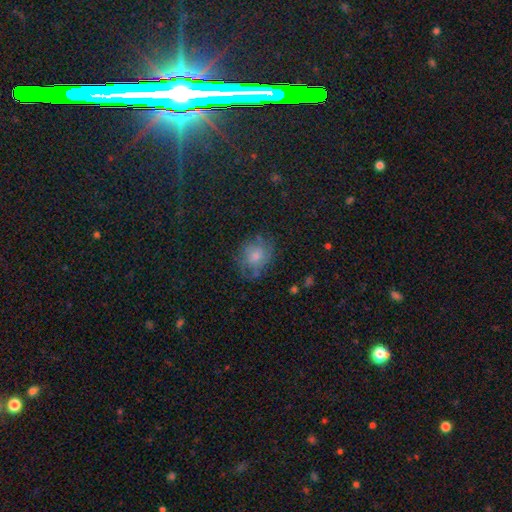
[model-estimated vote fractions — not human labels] smooth_or_featured: smooth (p=0.52) [alt: featured or disk p=0.34]
how_rounded: round (p=0.68) [alt: in between p=0.31]
merging: none (p=0.63) [alt: minor disturbance p=0.22]